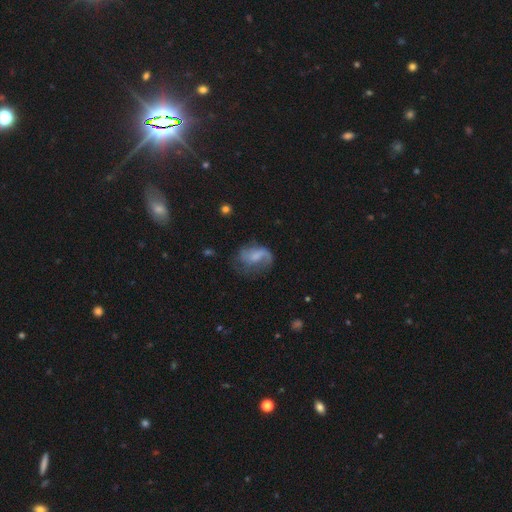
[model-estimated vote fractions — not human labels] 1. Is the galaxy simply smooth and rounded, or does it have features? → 58% featured or disk, 33% smooth, 9% star or artifact.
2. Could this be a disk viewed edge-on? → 97% no, 3% yes.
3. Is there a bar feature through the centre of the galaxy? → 48% no, 41% weak, 11% strong.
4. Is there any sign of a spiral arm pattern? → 78% yes, 22% no.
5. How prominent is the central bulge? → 39% none, 28% small, 23% moderate, 8% large, 2% dominant.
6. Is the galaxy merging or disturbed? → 40% none, 34% major disturbance, 23% minor disturbance, 3% merger.